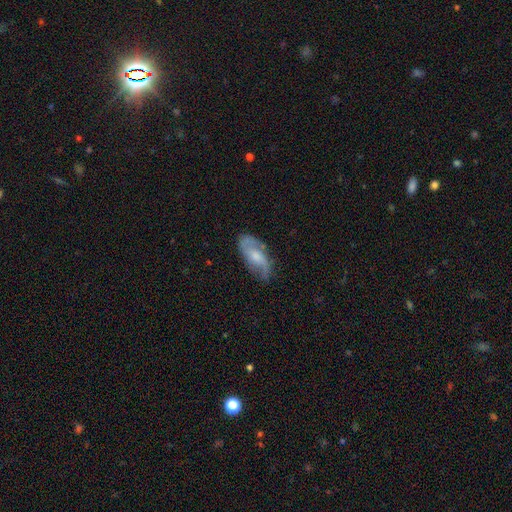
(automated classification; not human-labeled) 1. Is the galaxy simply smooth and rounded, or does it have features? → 66% featured or disk, 27% smooth, 7% star or artifact.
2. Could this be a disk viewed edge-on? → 92% no, 8% yes.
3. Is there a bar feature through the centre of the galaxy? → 53% no, 39% weak, 9% strong.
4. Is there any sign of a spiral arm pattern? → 88% yes, 12% no.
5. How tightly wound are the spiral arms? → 42% loose, 41% medium, 18% tight.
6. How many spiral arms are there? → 82% 2, 10% can't tell, 5% 1, 2% 3, 1% 4, 1% more than 4.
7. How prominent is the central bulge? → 49% moderate, 30% small, 11% large, 10% none, 1% dominant.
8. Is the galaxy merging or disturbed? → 69% none, 21% minor disturbance, 8% major disturbance, 2% merger.